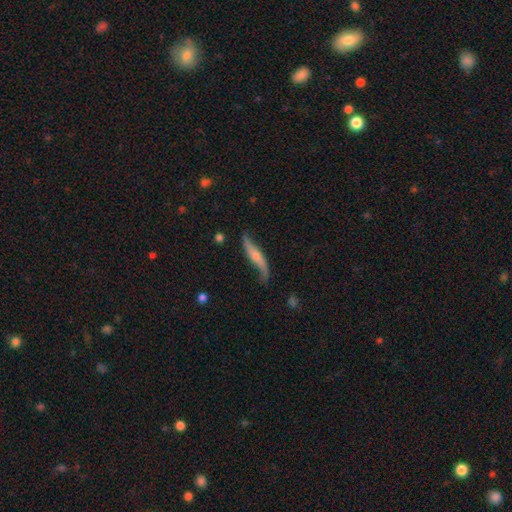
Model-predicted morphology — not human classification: This appears to be a featured or disk galaxy (72%). Merging: none (59%).